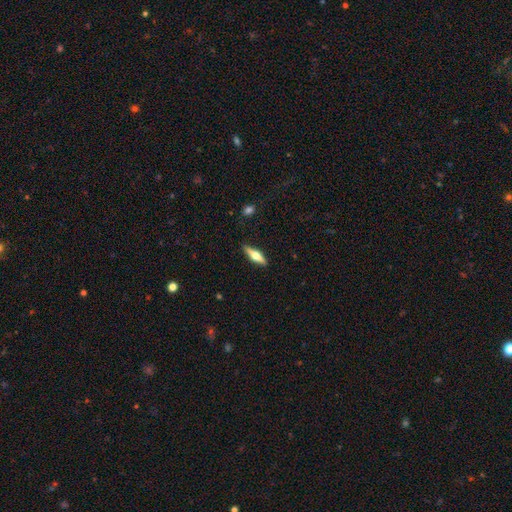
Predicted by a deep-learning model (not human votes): Smooth or featured? Predicted: featured or disk (p=0.54). Edge-on disk? Predicted: yes (p=0.94). Edge-on bulge? Predicted: rounded (p=0.94). Merging? Predicted: none (p=0.88).